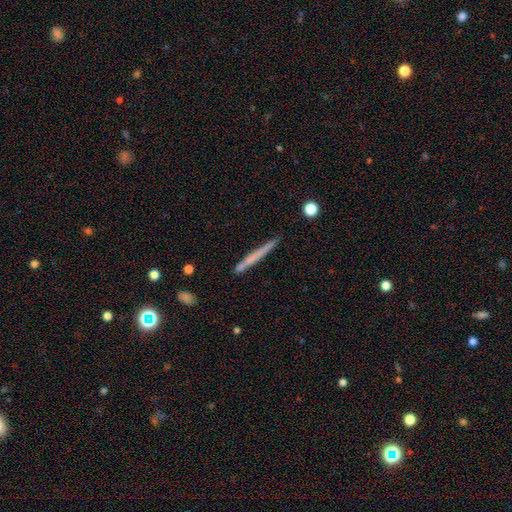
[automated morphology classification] smooth 54%, featured or disk 40%, star or artifact 6%. Down the decision tree: how rounded — cigar-shaped (97%); merging — none (82%).